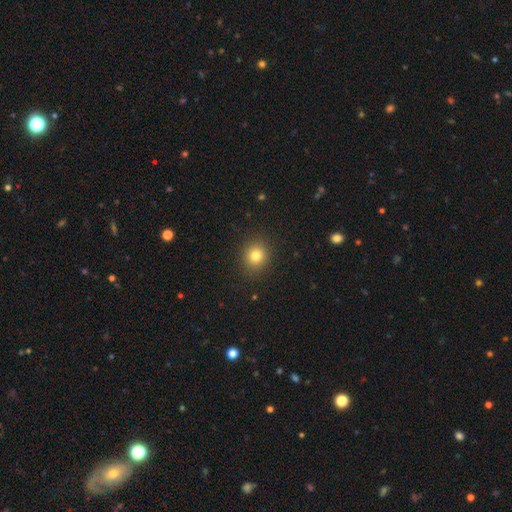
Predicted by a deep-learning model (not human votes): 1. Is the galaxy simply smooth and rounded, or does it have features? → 80% smooth, 13% star or artifact, 7% featured or disk.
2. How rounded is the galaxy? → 81% round, 18% in between, 1% cigar-shaped.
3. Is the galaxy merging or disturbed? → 90% none, 7% minor disturbance, 2% major disturbance, 1% merger.